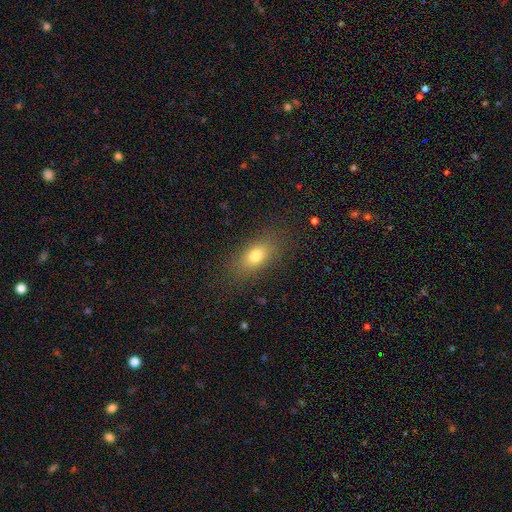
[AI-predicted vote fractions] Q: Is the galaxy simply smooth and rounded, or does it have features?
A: smooth — 76%.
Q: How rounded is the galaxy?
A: in between — 80%.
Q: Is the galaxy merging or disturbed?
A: none — 84%.